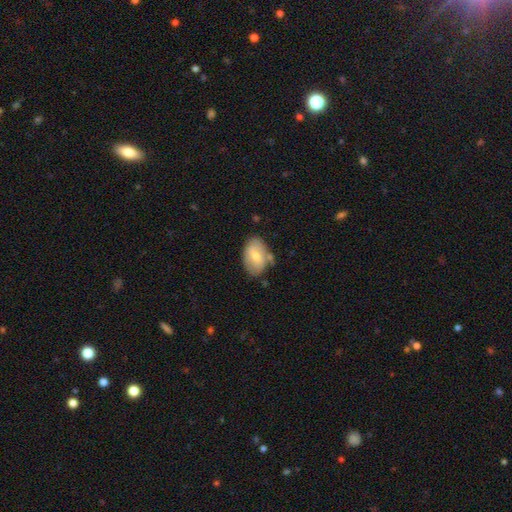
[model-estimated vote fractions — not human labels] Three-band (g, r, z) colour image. It shows a smooth galaxy with no disk features (60%) that is in between round and cigar-shaped (89%). Merging: none (66%).